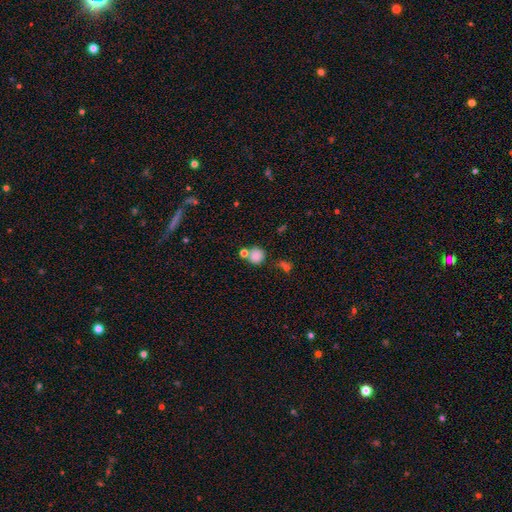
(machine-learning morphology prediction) Smooth or featured: smooth — 82% (star or artifact — 12%)
How rounded: round — 88% (in between — 11%)
Merging: none — 60% (merger — 24%)